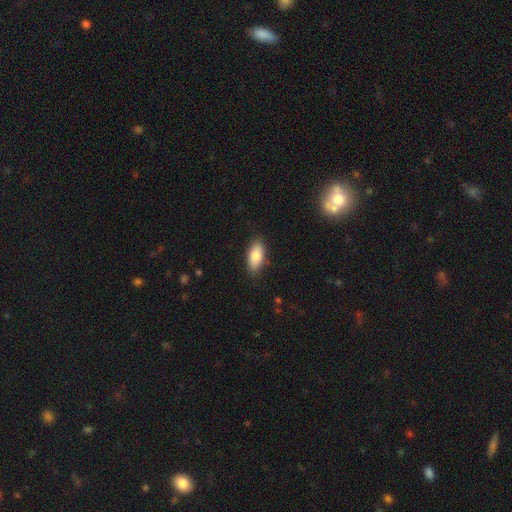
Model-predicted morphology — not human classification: Smooth or featured?
  - smooth: 85% *
  - featured or disk: 9%
  - star or artifact: 6%
How rounded?
  - in between: 89% *
  - cigar-shaped: 9%
  - round: 2%
Merging?
  - none: 84% *
  - minor disturbance: 12%
  - major disturbance: 3%
  - merger: 1%